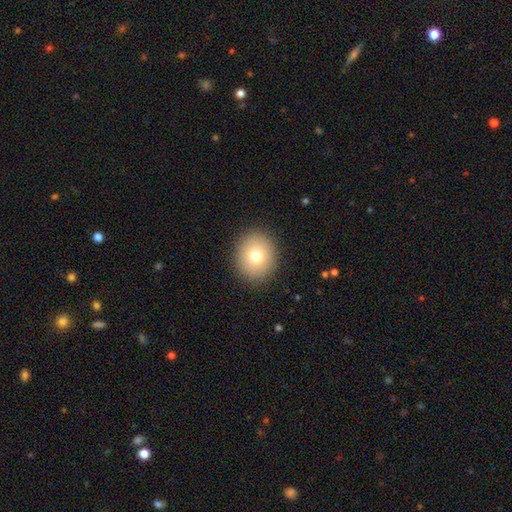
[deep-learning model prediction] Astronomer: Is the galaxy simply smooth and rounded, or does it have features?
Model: smooth — 74%.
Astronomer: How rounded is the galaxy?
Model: round — 76%.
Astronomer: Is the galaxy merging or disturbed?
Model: none — 90%.